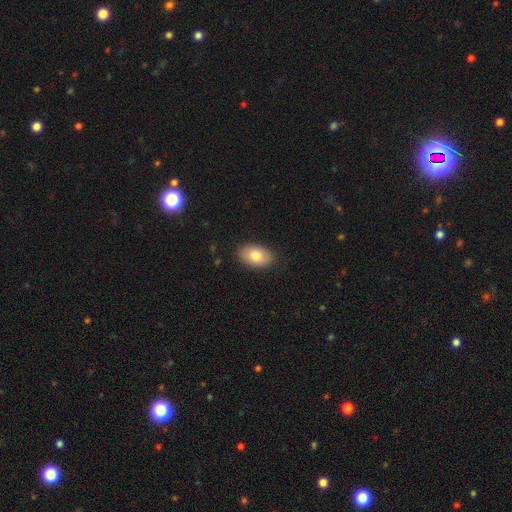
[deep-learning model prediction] Smooth or featured? smooth (81%)
How rounded? in between (89%)
Merging? none (87%)